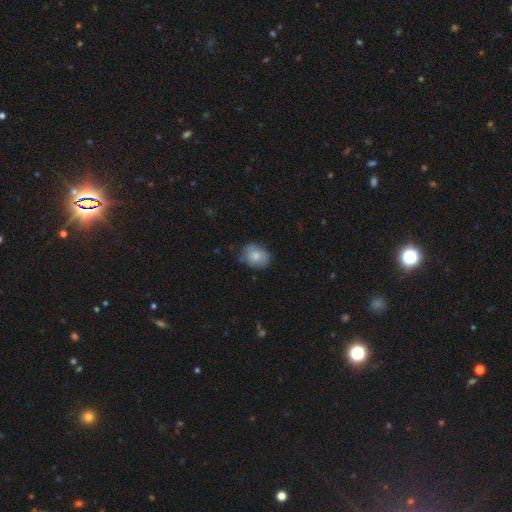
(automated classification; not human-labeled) Morphology: type=smooth (79%); roundness=in between (50%); merging=none (75%).